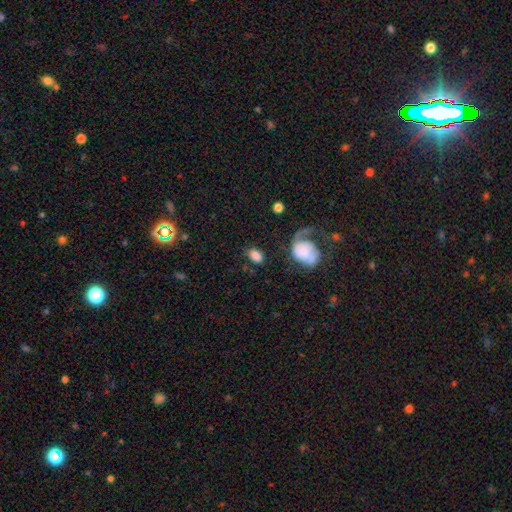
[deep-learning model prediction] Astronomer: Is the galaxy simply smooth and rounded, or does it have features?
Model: smooth — 78%.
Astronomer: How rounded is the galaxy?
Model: in between — 85%.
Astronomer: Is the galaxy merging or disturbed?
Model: none — 66%.